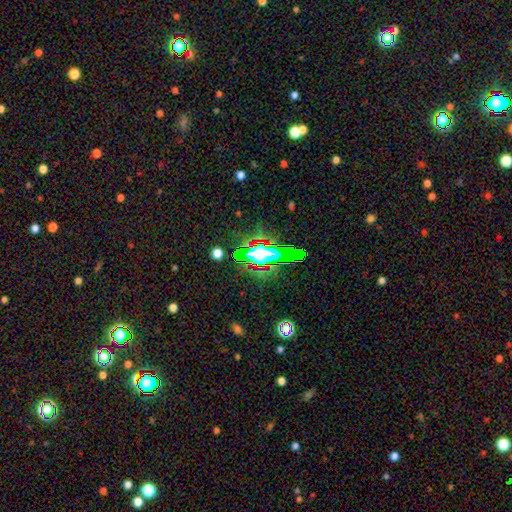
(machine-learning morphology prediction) smooth_or_featured: star or artifact (p=0.52) [alt: smooth p=0.31]